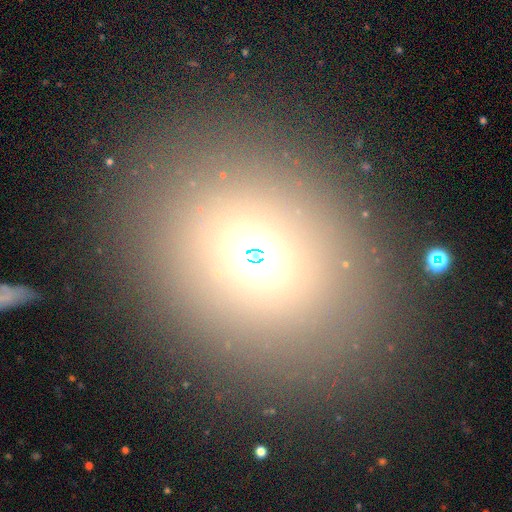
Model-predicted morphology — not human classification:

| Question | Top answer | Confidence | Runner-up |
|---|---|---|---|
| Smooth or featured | smooth | 52% | star or artifact (32%) |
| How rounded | round | 61% | in between (37%) |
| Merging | none | 83% | minor disturbance (9%) |